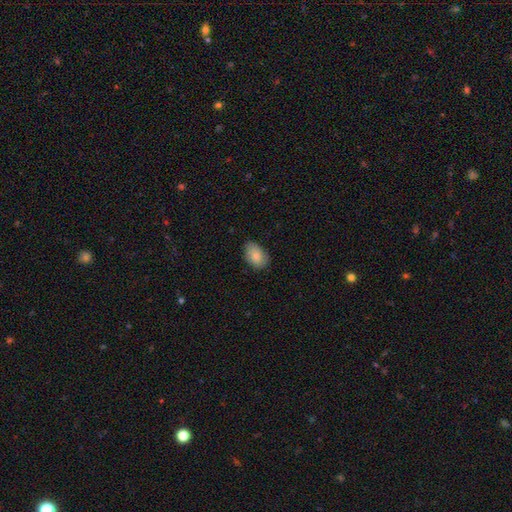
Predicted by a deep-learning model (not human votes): Smooth or featured: smooth — 83% (featured or disk — 10%)
How rounded: in between — 84% (round — 15%)
Merging: none — 75% (minor disturbance — 21%)